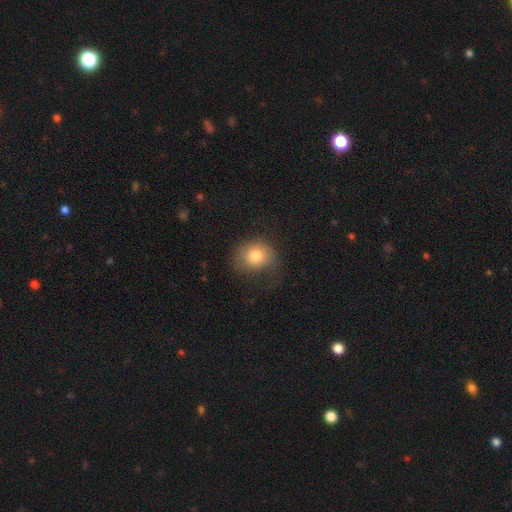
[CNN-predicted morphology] This is likely a smooth galaxy (79%). How rounded: likely round (69%). Merging: possibly none (54%).